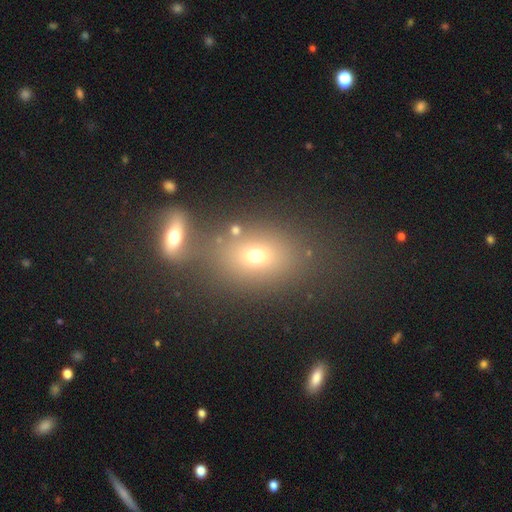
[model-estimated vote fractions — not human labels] Smooth or featured? smooth (63%)
How rounded? in between (66%)
Merging? none (64%)